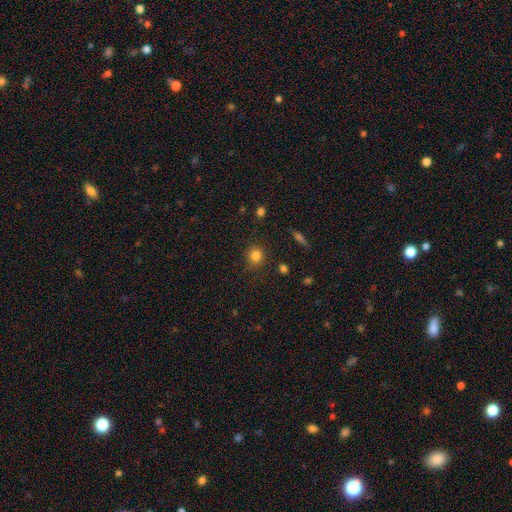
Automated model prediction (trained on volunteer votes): Smooth or featured? smooth (82%)
How rounded? round (88%)
Merging? none (83%)